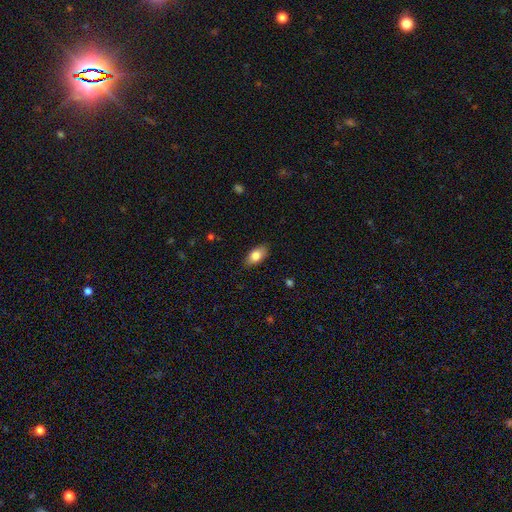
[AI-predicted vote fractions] This appears to be a smooth galaxy with no disk features (82%) that is in between round and cigar-shaped (91%). Merging: none (86%).